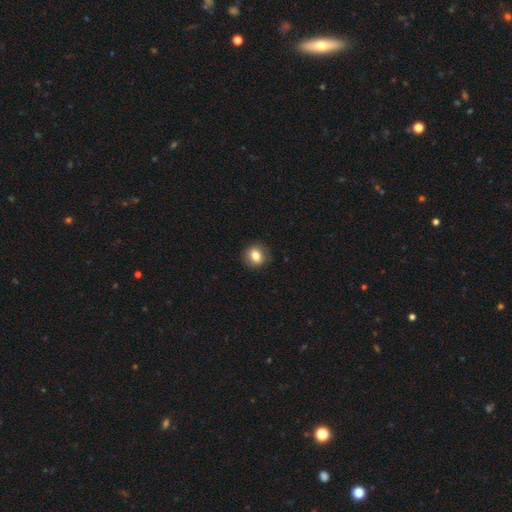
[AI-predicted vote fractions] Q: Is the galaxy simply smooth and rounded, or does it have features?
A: smooth — 81%.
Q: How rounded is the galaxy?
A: round — 76%.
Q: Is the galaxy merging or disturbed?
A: none — 88%.